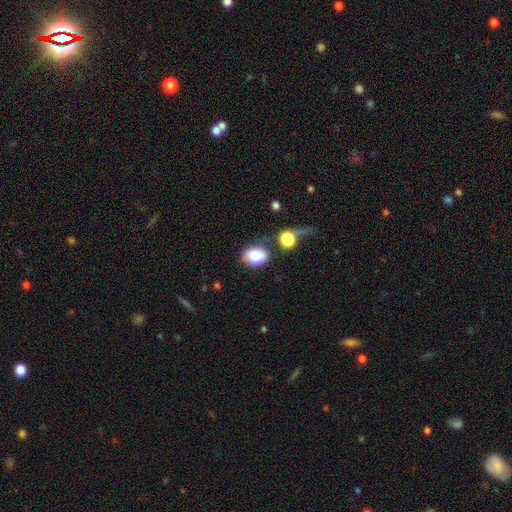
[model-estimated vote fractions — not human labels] Q: Smooth or featured?
A: smooth (81%); runner-up: featured or disk (11%)
Q: How rounded?
A: in between (75%); runner-up: round (24%)
Q: Merging?
A: none (61%); runner-up: minor disturbance (19%)